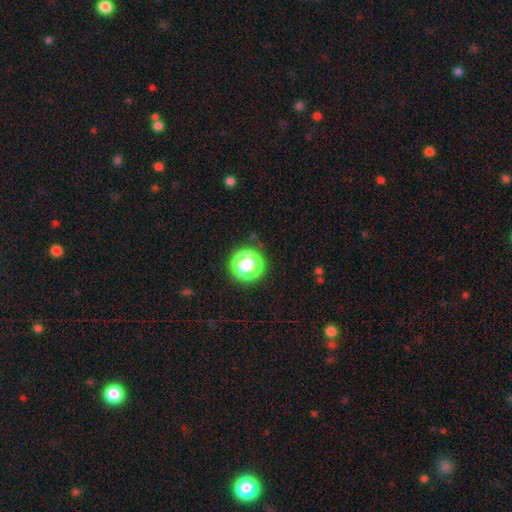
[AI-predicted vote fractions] Morphology: type=star or artifact (66%).